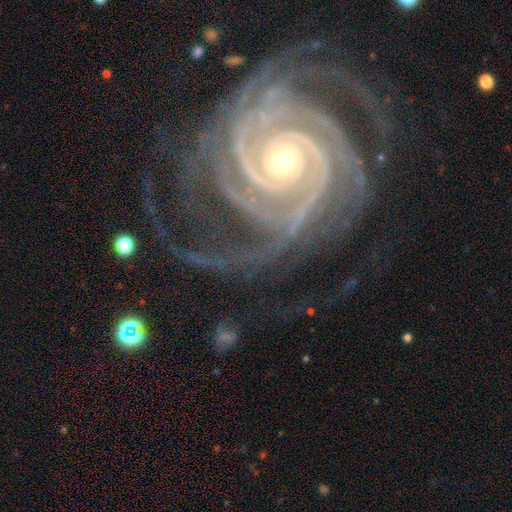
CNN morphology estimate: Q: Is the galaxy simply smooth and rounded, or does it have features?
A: featured or disk — 94%.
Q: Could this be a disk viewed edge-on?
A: no — 98%.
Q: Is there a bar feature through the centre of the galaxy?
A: no — 65%.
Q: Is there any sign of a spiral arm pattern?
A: yes — 99%.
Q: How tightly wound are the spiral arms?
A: tight — 82%.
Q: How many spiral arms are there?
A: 4 — 26%.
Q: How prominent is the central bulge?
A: small — 62%.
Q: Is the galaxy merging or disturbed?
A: none — 70%.